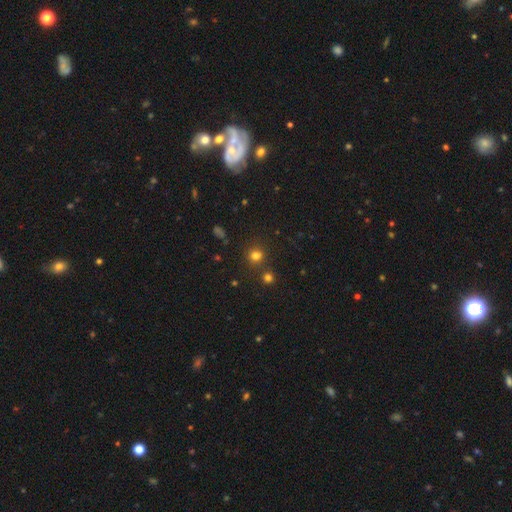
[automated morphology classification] This is likely a smooth galaxy (74%). How rounded: likely round (80%). Merging: likely none (75%).